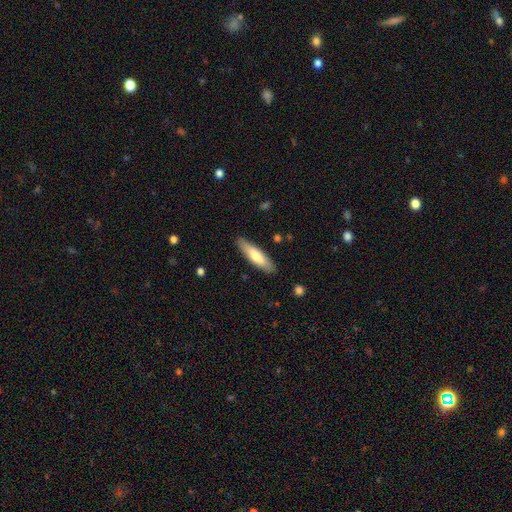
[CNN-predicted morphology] smooth_or_featured: smooth (p=0.70) [alt: featured or disk p=0.25]
how_rounded: cigar-shaped (p=0.70) [alt: in between p=0.29]
merging: none (p=0.88) [alt: minor disturbance p=0.09]